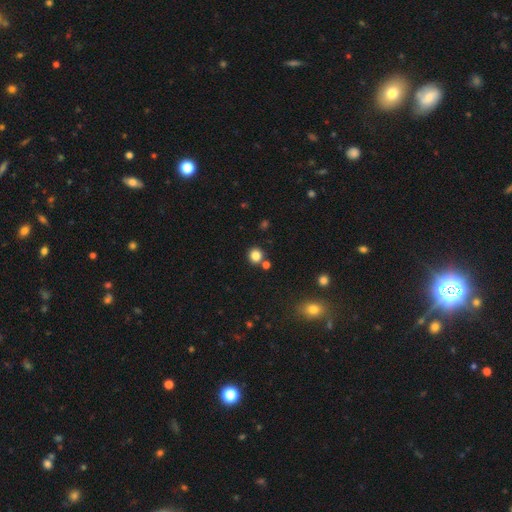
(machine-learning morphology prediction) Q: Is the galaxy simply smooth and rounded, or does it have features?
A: smooth — 83%.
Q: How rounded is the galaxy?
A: round — 88%.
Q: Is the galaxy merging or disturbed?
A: none — 79%.